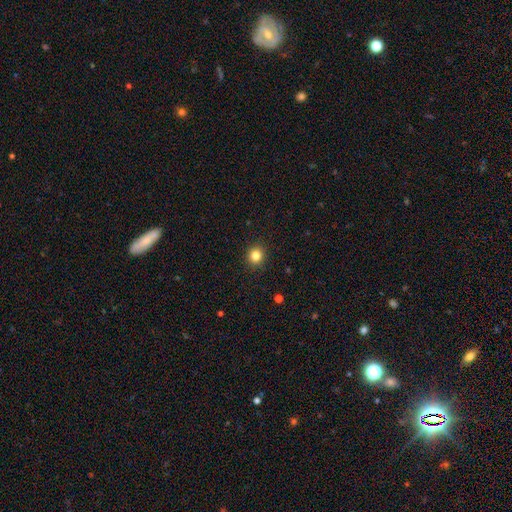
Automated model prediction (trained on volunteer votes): This appears to be a smooth galaxy with no disk features (83%) that is round (86%). Merging: none (92%).